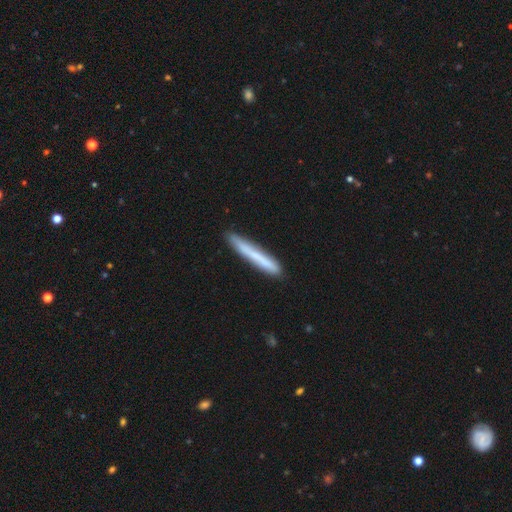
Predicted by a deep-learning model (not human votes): Smooth or featured?
  - smooth: 67% *
  - featured or disk: 27%
  - star or artifact: 6%
How rounded?
  - cigar-shaped: 96% *
  - in between: 2%
  - round: 1%
Merging?
  - none: 86% *
  - minor disturbance: 10%
  - major disturbance: 2%
  - merger: 2%